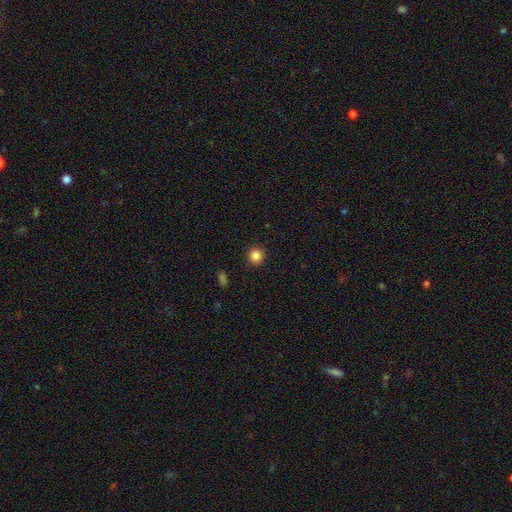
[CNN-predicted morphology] smooth-or-featured: smooth: 85% | star or artifact: 11% | featured or disk: 4%
  how-rounded: round: 95% | in between: 4% | cigar-shaped: 1%
  merging: none: 92% | minor disturbance: 5% | major disturbance: 2% | merger: 1%